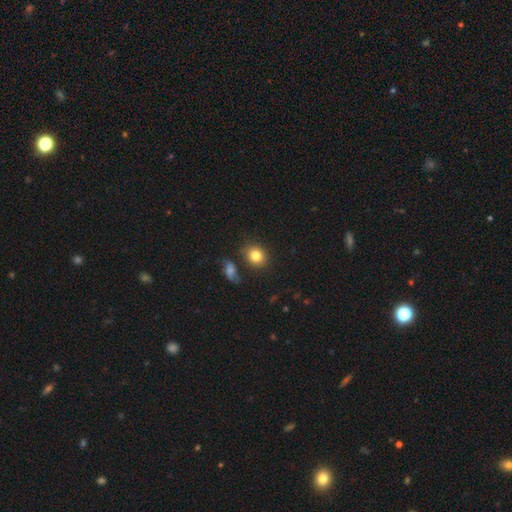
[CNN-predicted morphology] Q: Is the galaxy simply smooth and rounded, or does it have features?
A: smooth — 82%.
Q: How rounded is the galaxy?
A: round — 65%.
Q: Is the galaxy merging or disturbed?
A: none — 77%.